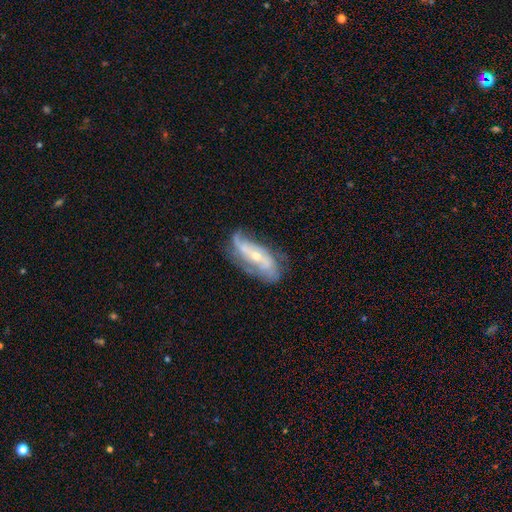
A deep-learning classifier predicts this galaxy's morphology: Smooth or featured: featured or disk — 80% (smooth — 13%)
Edge-on disk: no — 89% (yes — 11%)
Bar: no — 46% (weak — 30%)
Spiral arms: yes — 91% (no — 9%)
Spiral winding: medium — 38% (loose — 37%)
Spiral arm count: 2 — 57% (can't tell — 19%)
Bulge size: small — 62% (moderate — 35%)
Merging: none — 59% (minor disturbance — 24%)